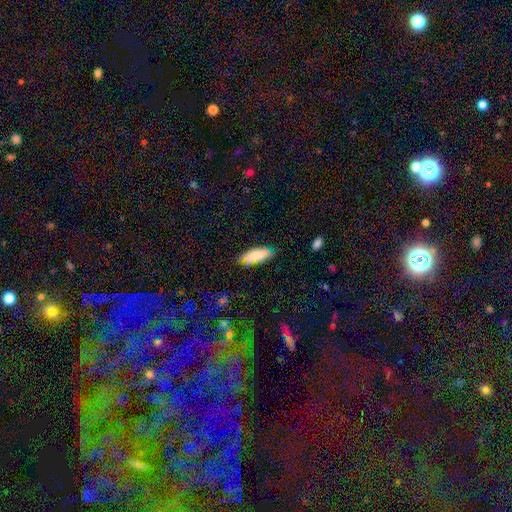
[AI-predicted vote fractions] Smooth or featured?
  - smooth: 79% *
  - featured or disk: 14%
  - star or artifact: 7%
How rounded?
  - in between: 66% *
  - cigar-shaped: 32%
  - round: 2%
Merging?
  - none: 69% *
  - minor disturbance: 24%
  - major disturbance: 5%
  - merger: 2%